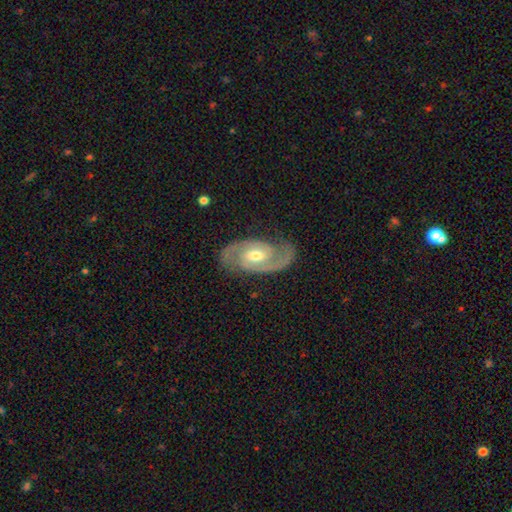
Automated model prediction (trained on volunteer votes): This appears to be a featured or disk galaxy (90%) with a weak bar (48%), 2 (92%) medium (50%) spiral arms (97%) and a moderate central bulge (68%). Merging: none (82%).